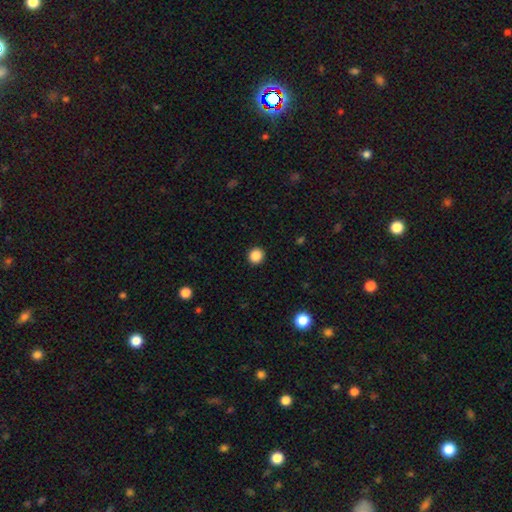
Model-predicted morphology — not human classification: A smooth galaxy with no disk features (87%) that is round (92%).

Vote fractions:
- Smooth or featured? smooth: 87% / star or artifact: 10% / featured or disk: 3%
- How rounded? round: 92% / in between: 7% / cigar-shaped: 1%
- Merging? none: 93% / minor disturbance: 4% / major disturbance: 2% / merger: 1%